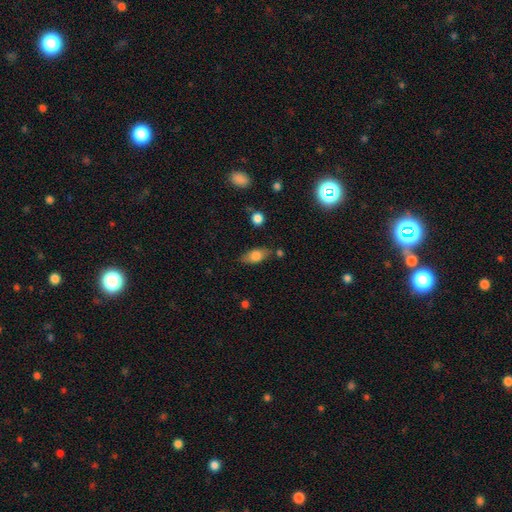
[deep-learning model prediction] smooth-or-featured: smooth: 74% | featured or disk: 18% | star or artifact: 8%
  how-rounded: in between: 83% | cigar-shaped: 11% | round: 6%
  merging: none: 74% | minor disturbance: 17% | merger: 5% | major disturbance: 4%